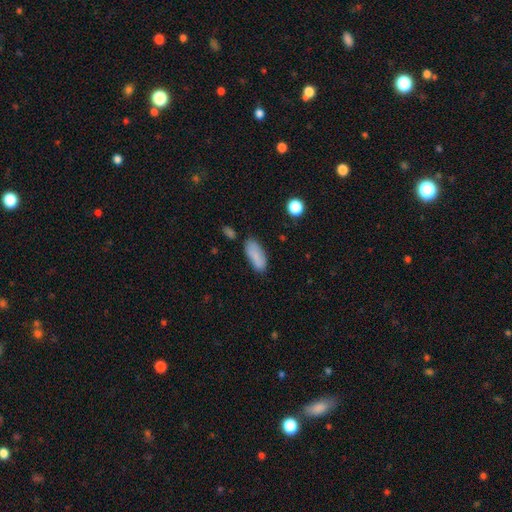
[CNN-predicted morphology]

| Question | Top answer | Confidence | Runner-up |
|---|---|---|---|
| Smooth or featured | smooth | 82% | featured or disk (10%) |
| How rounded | in between | 81% | cigar-shaped (16%) |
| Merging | none | 73% | minor disturbance (19%) |